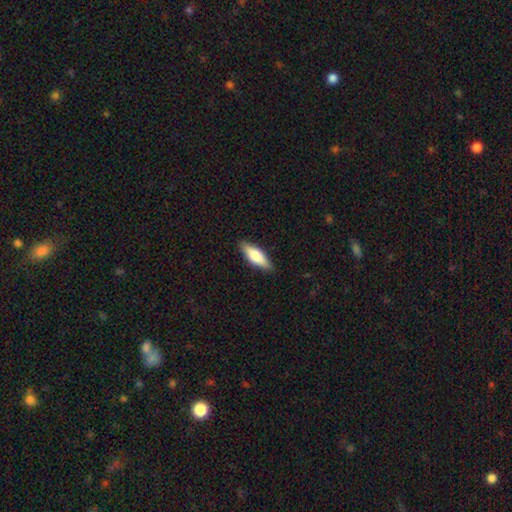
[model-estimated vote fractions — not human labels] A smooth galaxy with no disk features (61%) that is in between round and cigar-shaped (53%).

Vote fractions:
- Smooth or featured? smooth: 61% / featured or disk: 33% / star or artifact: 6%
- How rounded? in between: 53% / cigar-shaped: 45% / round: 2%
- Merging? none: 88% / minor disturbance: 9% / major disturbance: 2% / merger: 1%